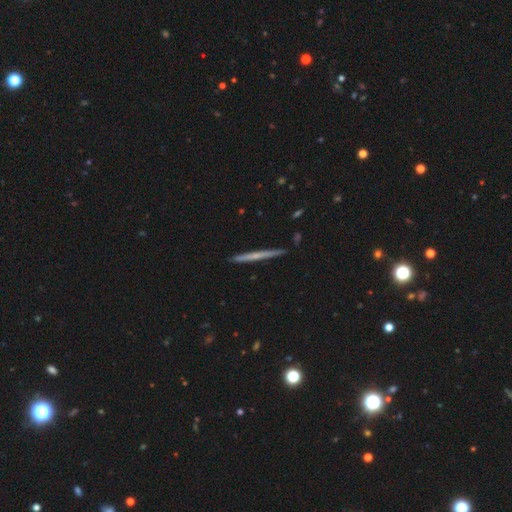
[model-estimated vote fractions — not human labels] Smooth or featured?
  - featured or disk: 56% *
  - smooth: 38%
  - star or artifact: 6%
Edge-on disk?
  - yes: 97% *
  - no: 3%
Edge-on bulge?
  - none: 65% *
  - rounded: 31%
  - boxy: 4%
Merging?
  - none: 91% *
  - minor disturbance: 7%
  - merger: 1%
  - major disturbance: 1%